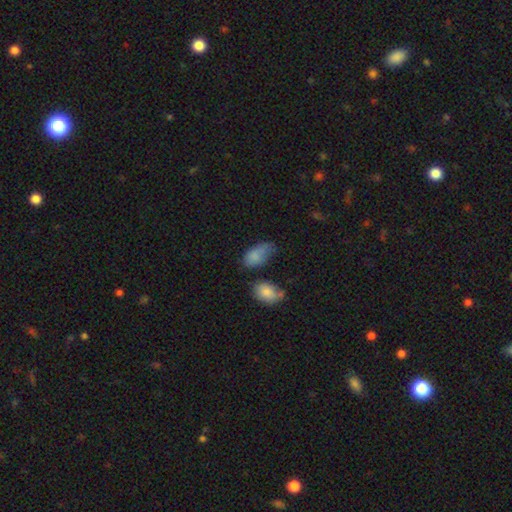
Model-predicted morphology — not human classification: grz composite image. It shows a smooth galaxy with no disk features (80%) that is in between round and cigar-shaped (92%). Merging: none (39%).